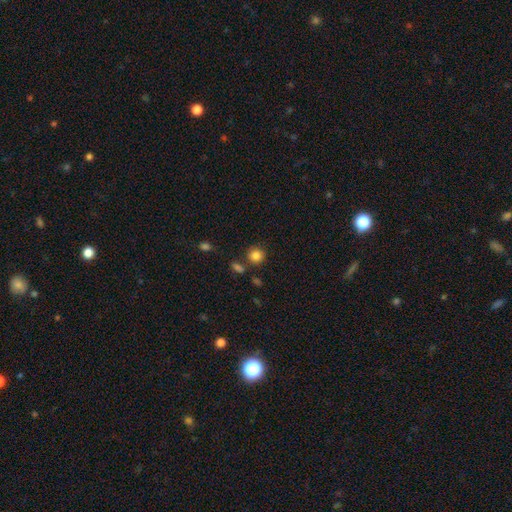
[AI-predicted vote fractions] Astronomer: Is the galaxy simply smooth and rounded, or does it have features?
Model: smooth — 84%.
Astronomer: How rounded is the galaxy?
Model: round — 90%.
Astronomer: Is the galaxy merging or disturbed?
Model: none — 81%.